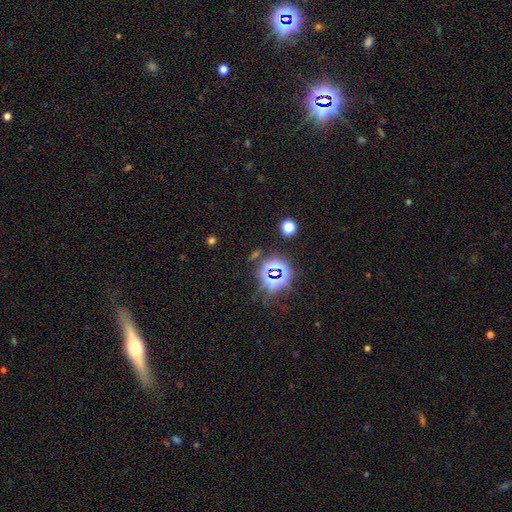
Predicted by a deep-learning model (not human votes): Smooth or featured: star or artifact — 75% (smooth — 17%)